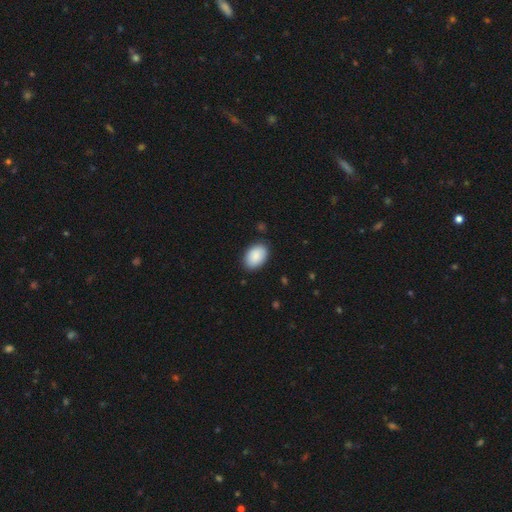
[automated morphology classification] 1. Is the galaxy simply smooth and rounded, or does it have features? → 89% smooth, 6% star or artifact, 5% featured or disk.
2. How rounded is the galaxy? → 87% in between, 12% round, 1% cigar-shaped.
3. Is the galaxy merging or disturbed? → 86% none, 11% minor disturbance, 2% major disturbance, 1% merger.